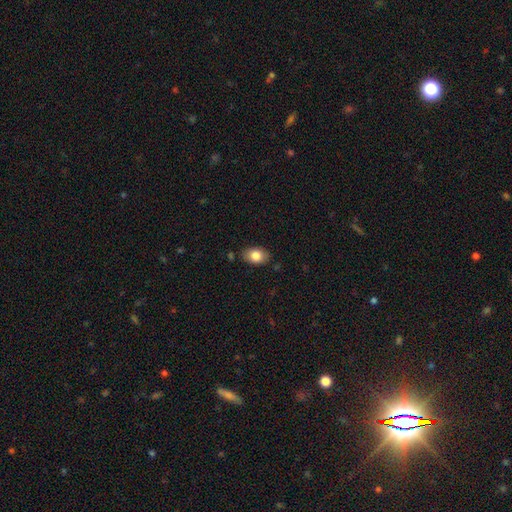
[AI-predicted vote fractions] Smooth or featured? smooth (82%)
How rounded? in between (84%)
Merging? none (82%)